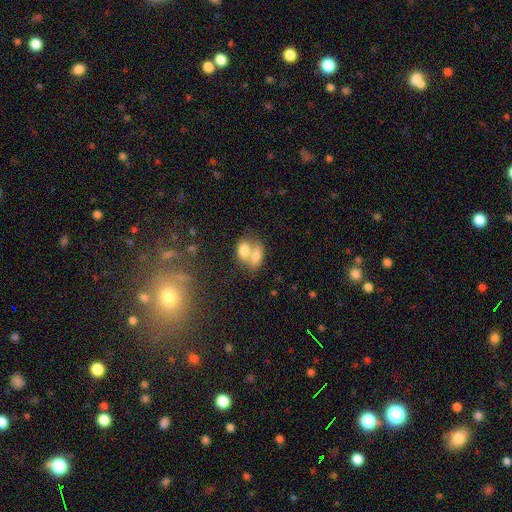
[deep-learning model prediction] Smooth or featured? Predicted: smooth (p=0.73). How rounded? Predicted: in between (p=0.80). Merging? Predicted: merger (p=0.70).